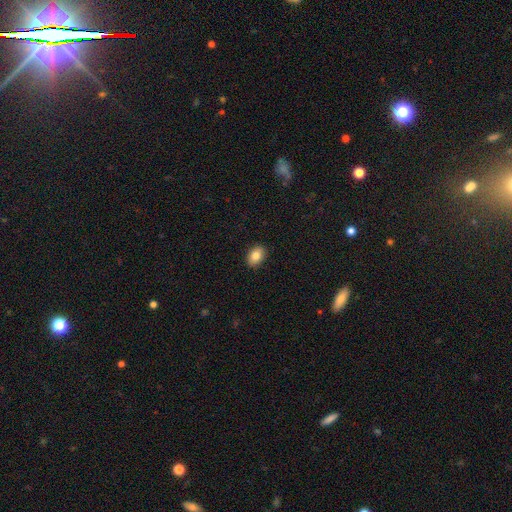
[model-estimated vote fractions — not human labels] Smooth or featured: smooth — 83% (featured or disk — 8%)
How rounded: in between — 79% (round — 20%)
Merging: none — 90% (minor disturbance — 8%)